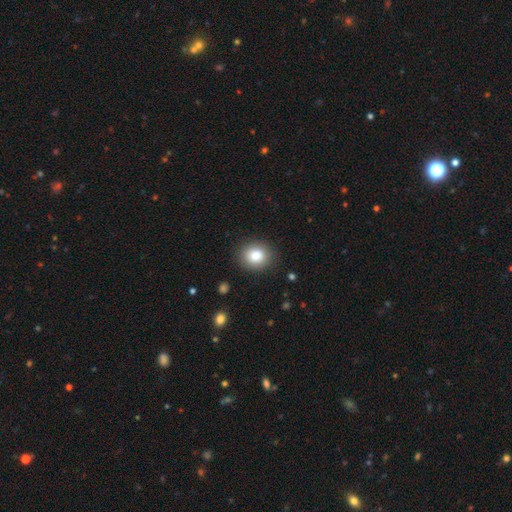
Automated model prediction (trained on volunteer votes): Smooth or featured: smooth — 84% (star or artifact — 9%)
How rounded: round — 73% (in between — 26%)
Merging: none — 88% (minor disturbance — 8%)